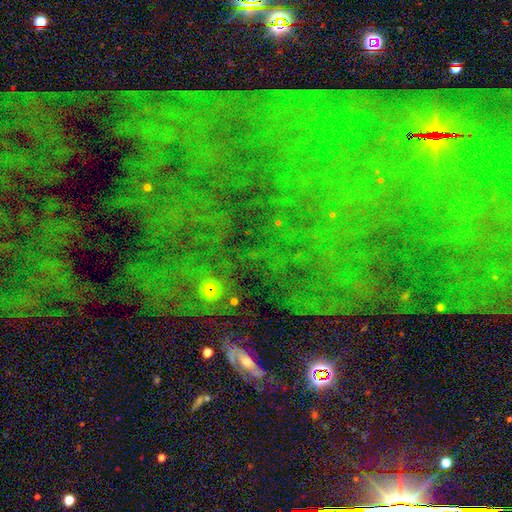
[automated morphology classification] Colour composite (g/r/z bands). It shows a star or artifact, not a galaxy (75%).